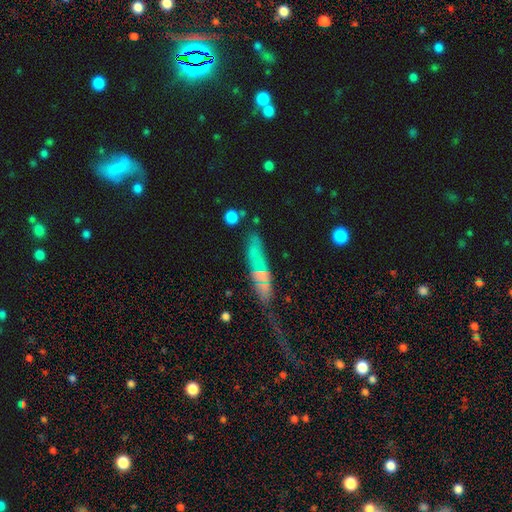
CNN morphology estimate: Smooth or featured?
  - featured or disk: 52% *
  - smooth: 28%
  - star or artifact: 20%
Edge-on disk?
  - yes: 54% *
  - no: 46%
Merging?
  - major disturbance: 33% *
  - none: 32%
  - minor disturbance: 21%
  - merger: 14%